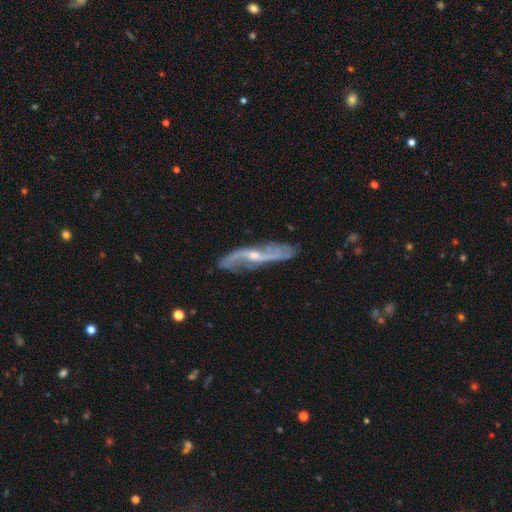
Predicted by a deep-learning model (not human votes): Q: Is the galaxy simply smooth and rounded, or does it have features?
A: featured or disk — 85%.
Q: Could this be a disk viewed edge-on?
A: no — 75%.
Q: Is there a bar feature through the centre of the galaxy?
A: weak — 43%.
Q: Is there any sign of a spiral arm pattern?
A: yes — 94%.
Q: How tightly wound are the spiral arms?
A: loose — 69%.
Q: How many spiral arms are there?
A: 2 — 85%.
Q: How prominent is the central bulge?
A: small — 55%.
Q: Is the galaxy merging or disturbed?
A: none — 73%.